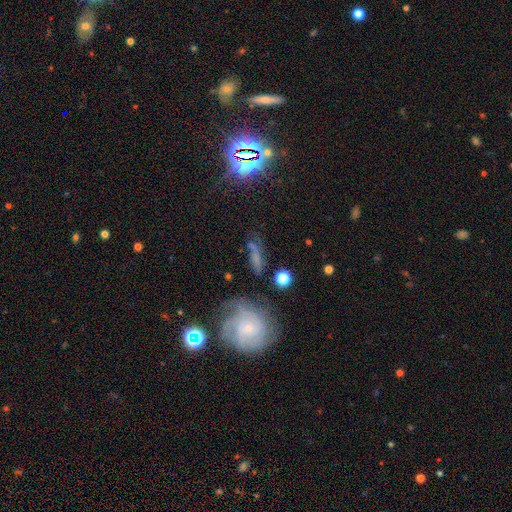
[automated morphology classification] featured or disk 43%, smooth 36%, star or artifact 21%. Down the decision tree: merging — none (62%).